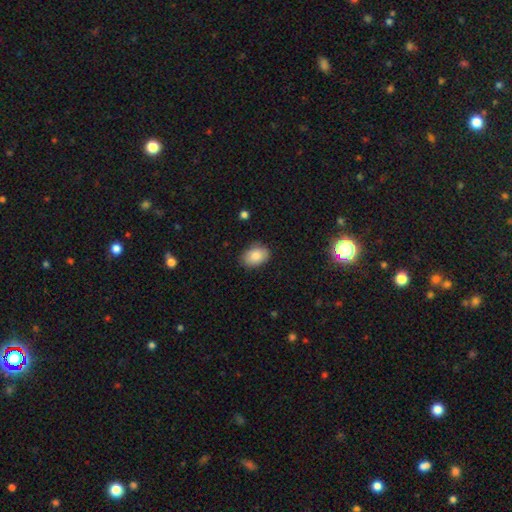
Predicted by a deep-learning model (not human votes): Q: Smooth or featured?
A: smooth (85%); runner-up: star or artifact (7%)
Q: How rounded?
A: in between (81%); runner-up: round (18%)
Q: Merging?
A: none (83%); runner-up: minor disturbance (13%)